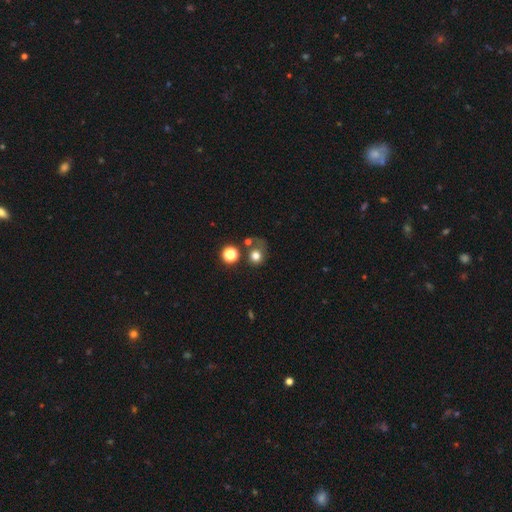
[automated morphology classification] smooth_or_featured: smooth (p=0.73) [alt: star or artifact p=0.15]
how_rounded: round (p=0.78) [alt: in between p=0.21]
merging: none (p=0.52) [alt: merger p=0.19]